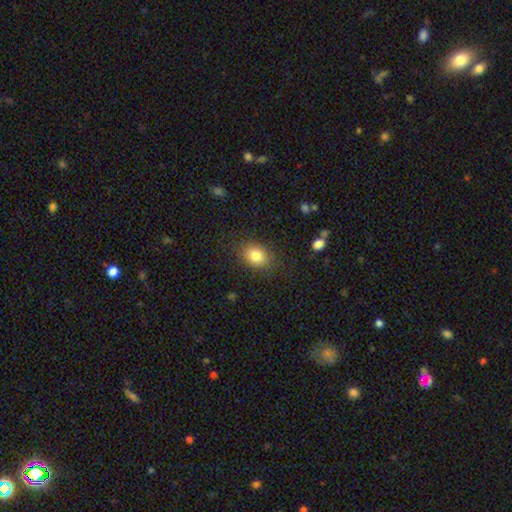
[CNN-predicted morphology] Smooth or featured?
  - smooth: 83% *
  - star or artifact: 10%
  - featured or disk: 8%
How rounded?
  - in between: 61% *
  - round: 38%
  - cigar-shaped: 1%
Merging?
  - none: 83% *
  - minor disturbance: 12%
  - major disturbance: 4%
  - merger: 1%